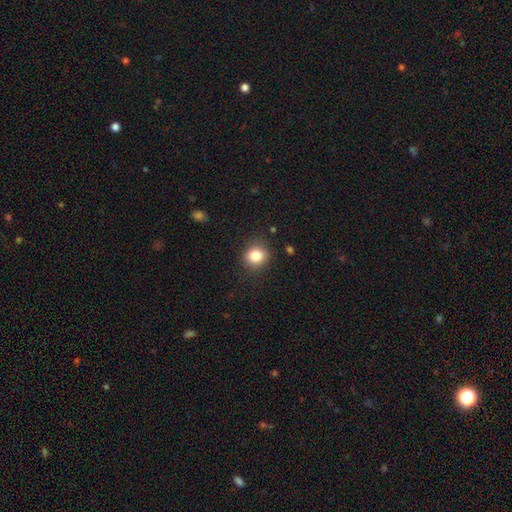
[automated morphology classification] This is clearly a smooth galaxy (83%). How rounded: likely round (79%). Merging: clearly none (88%).